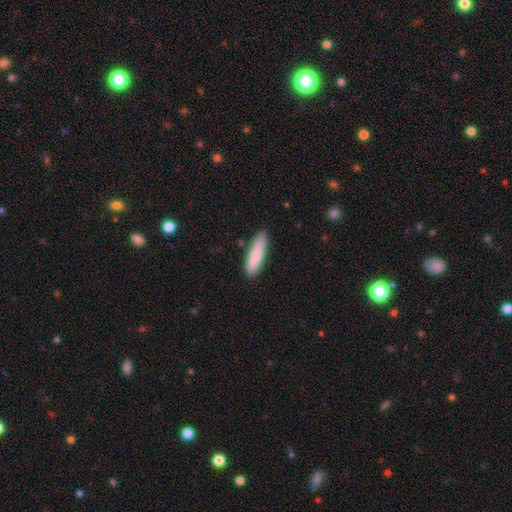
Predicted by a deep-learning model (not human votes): A smooth galaxy with no disk features (85%) that is cigar-shaped (68%). Merging: none (85%).